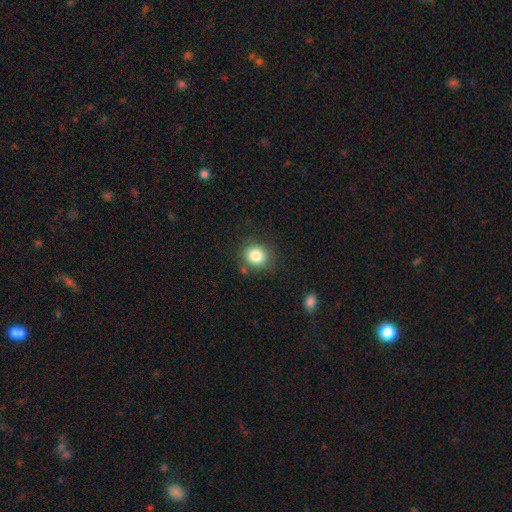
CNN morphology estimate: Smooth or featured? smooth (83%)
How rounded? round (84%)
Merging? none (82%)